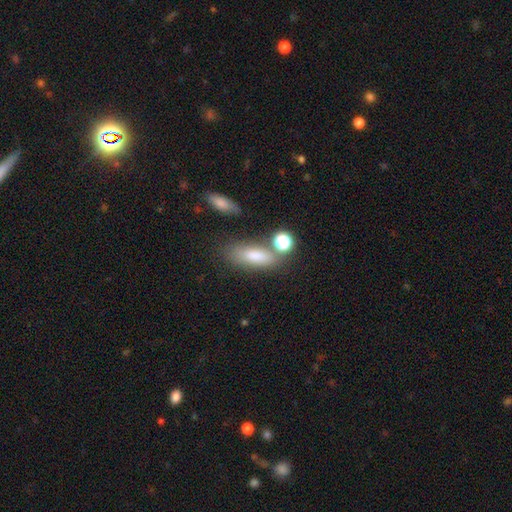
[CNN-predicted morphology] Smooth or featured? Predicted: smooth (p=0.79). How rounded? Predicted: in between (p=0.64). Merging? Predicted: none (p=0.62).